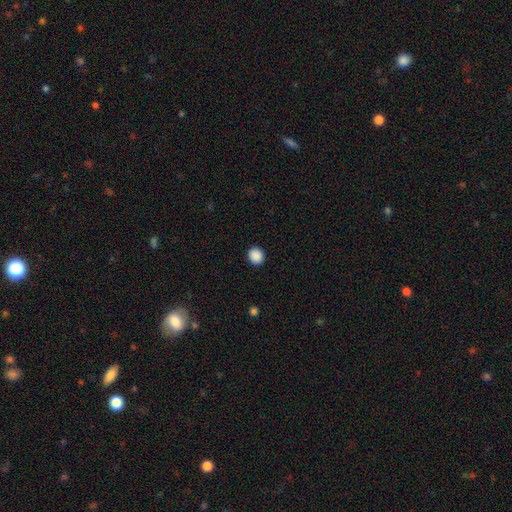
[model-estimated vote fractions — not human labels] Smooth or featured?
  - smooth: 89% *
  - star or artifact: 9%
  - featured or disk: 2%
How rounded?
  - round: 79% *
  - in between: 20%
  - cigar-shaped: 1%
Merging?
  - none: 91% *
  - minor disturbance: 6%
  - major disturbance: 2%
  - merger: 1%